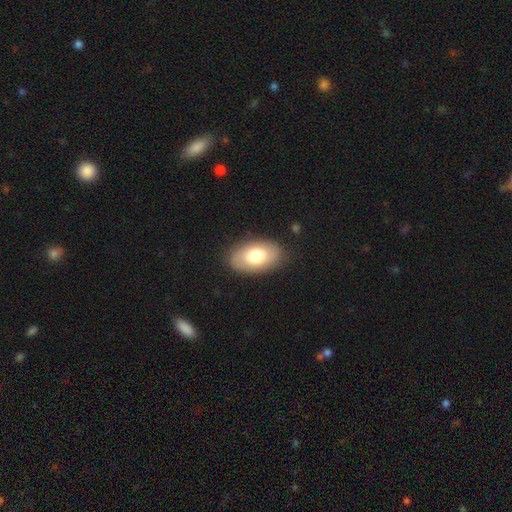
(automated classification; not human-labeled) Q: Smooth or featured?
A: smooth (75%); runner-up: featured or disk (19%)
Q: How rounded?
A: in between (93%); runner-up: round (6%)
Q: Merging?
A: none (85%); runner-up: minor disturbance (11%)